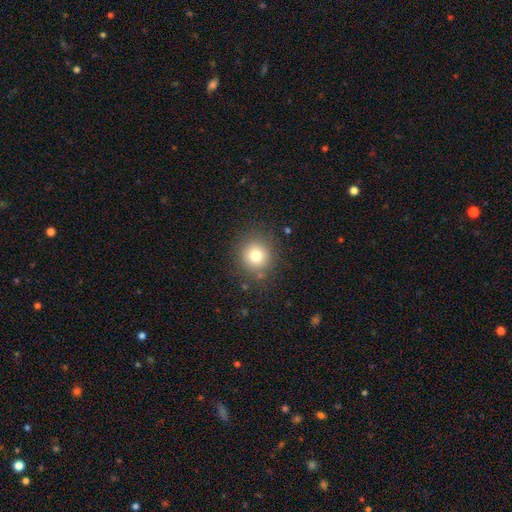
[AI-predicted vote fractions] The model was most divided on "smooth or featured": smooth: 77%, star or artifact: 13%, featured or disk: 9%. More confident: how rounded — round (91%); merging — none (85%).